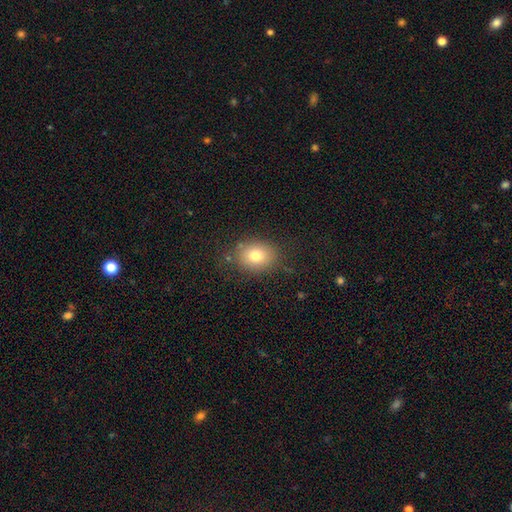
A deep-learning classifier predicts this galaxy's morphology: smooth_or_featured: smooth (p=0.77) [alt: featured or disk p=0.12]
how_rounded: round (p=0.52) [alt: in between p=0.48]
merging: none (p=0.81) [alt: minor disturbance p=0.13]